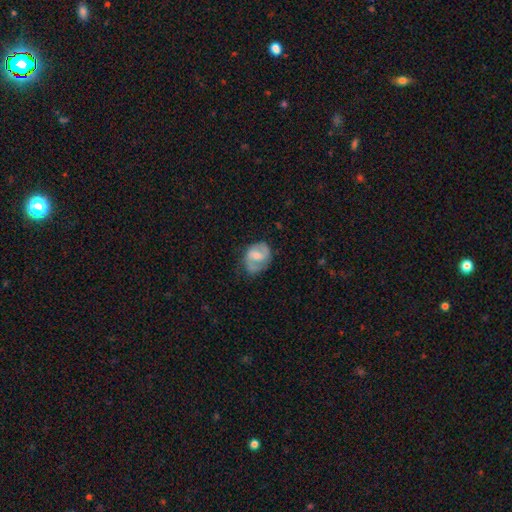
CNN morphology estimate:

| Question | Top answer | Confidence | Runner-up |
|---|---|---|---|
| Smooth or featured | featured or disk | 59% | smooth (35%) |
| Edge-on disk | no | 97% | yes (3%) |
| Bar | weak | 48% | no (37%) |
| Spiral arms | yes | 81% | no (19%) |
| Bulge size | moderate | 52% | small (30%) |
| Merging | none | 55% | minor disturbance (29%) |